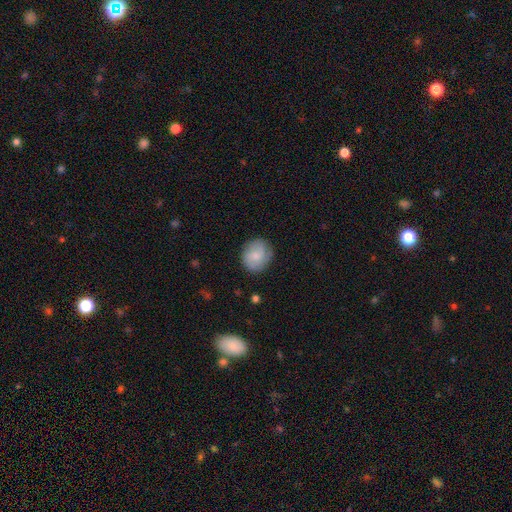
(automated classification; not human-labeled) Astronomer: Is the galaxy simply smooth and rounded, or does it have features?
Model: smooth — 70%.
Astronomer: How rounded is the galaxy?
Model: round — 79%.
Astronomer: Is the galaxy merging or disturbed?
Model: none — 82%.